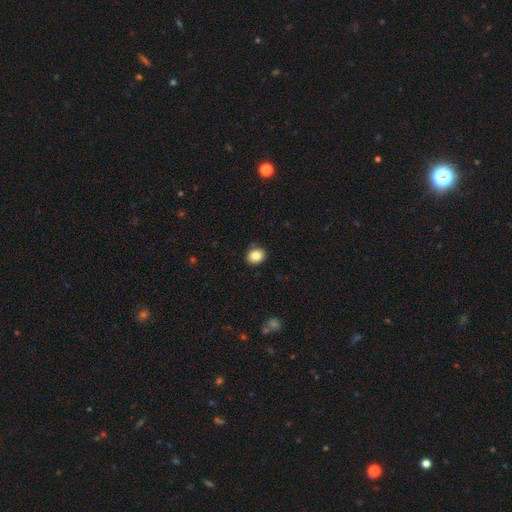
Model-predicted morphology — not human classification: type=smooth (83%); roundness=round (66%); merging=none (85%).